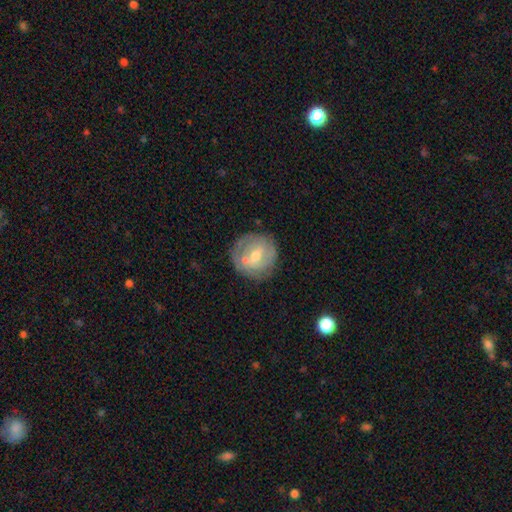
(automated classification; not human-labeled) Smooth or featured? featured or disk (56%)
Edge-on disk? no (96%)
Bar? weak (49%)
Spiral arms? yes (56%)
Bulge size? moderate (59%)
Merging? none (69%)